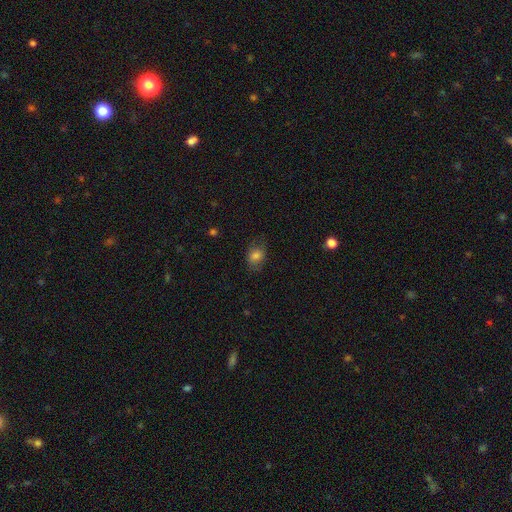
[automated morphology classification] This appears to be a smooth galaxy with no disk features (79%) that is in between round and cigar-shaped (65%). Merging: none (72%).